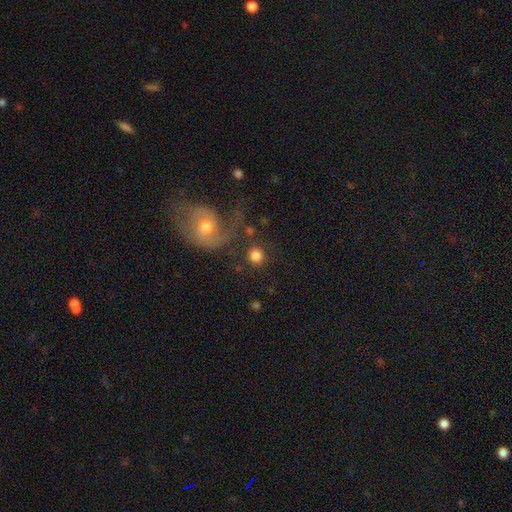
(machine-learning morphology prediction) This appears to be a smooth galaxy with no disk features (80%) that is round (91%). Merging: none (77%).